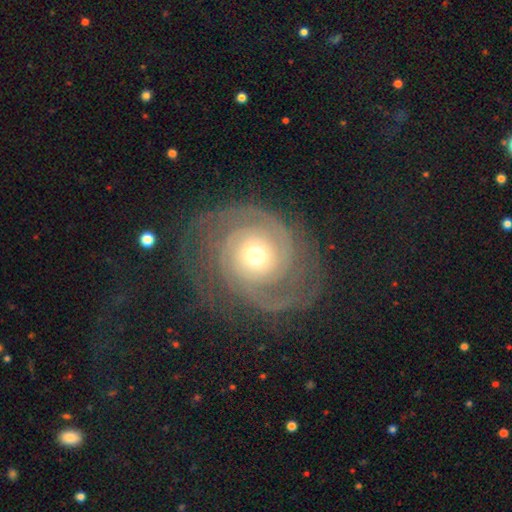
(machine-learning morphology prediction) smooth-or-featured: featured or disk: 88% | smooth: 7% | star or artifact: 5%
  disk-edge-on: no: 97% | yes: 3%
    bar: no: 78% | weak: 16% | strong: 6%
    has-spiral-arms: yes: 97% | no: 3%
      spiral-winding: tight: 71% | medium: 23% | loose: 6%
      spiral-arm-count: 2: 51% | can't tell: 16% | 3: 16% | 4: 6% | 1: 5% | more than 4: 5%
    bulge-size: moderate: 59% | small: 32% | large: 7% | dominant: 1% | none: 1%
  merging: none: 74% | minor disturbance: 15% | major disturbance: 10% | merger: 1%